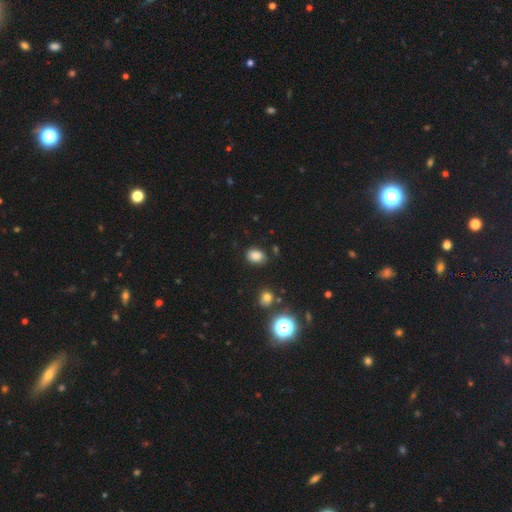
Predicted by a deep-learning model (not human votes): Overall: smooth (83%). How rounded: in between (71%). Merging: none (79%).